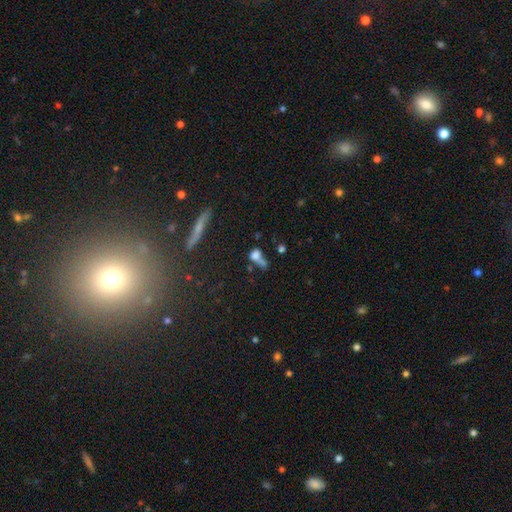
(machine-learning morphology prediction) A smooth galaxy with no disk features (67%) that is in between round and cigar-shaped (48%). Merging: merger (42%).